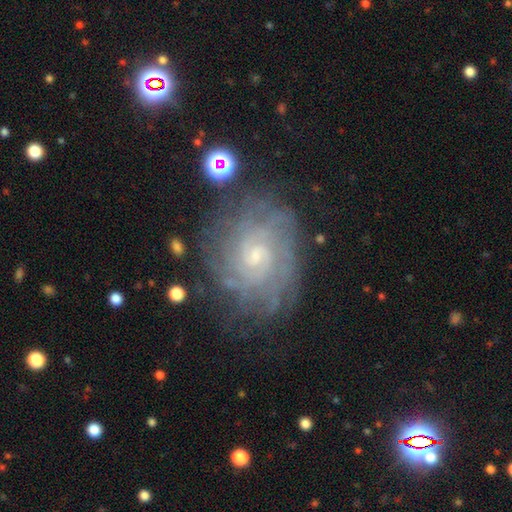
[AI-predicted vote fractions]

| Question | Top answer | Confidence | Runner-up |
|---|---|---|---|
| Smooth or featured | featured or disk | 81% | smooth (10%) |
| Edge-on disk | no | 97% | yes (3%) |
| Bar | no | 68% | weak (27%) |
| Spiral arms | yes | 94% | no (6%) |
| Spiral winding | tight | 73% | medium (22%) |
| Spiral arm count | can't tell | 47% | 4 (14%) |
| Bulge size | small | 65% | moderate (29%) |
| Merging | none | 75% | minor disturbance (16%) |